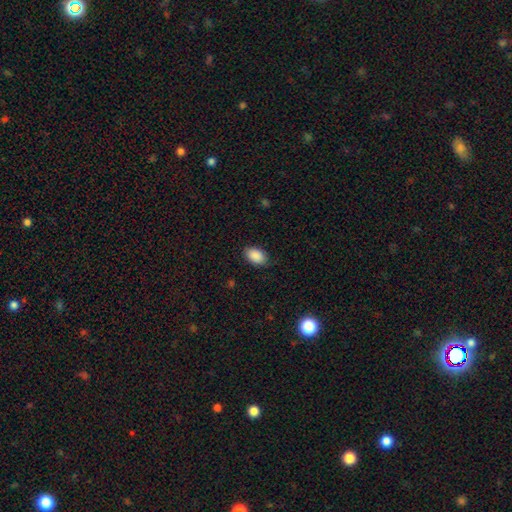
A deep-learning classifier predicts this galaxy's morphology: Q: Smooth or featured?
A: smooth (90%); runner-up: star or artifact (7%)
Q: How rounded?
A: in between (91%); runner-up: round (8%)
Q: Merging?
A: none (85%); runner-up: minor disturbance (11%)